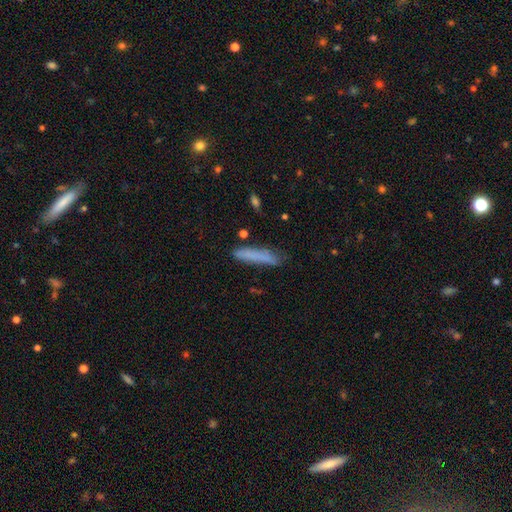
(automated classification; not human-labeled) A smooth galaxy with no disk features (79%) that is cigar-shaped (90%). Merging: none (79%).